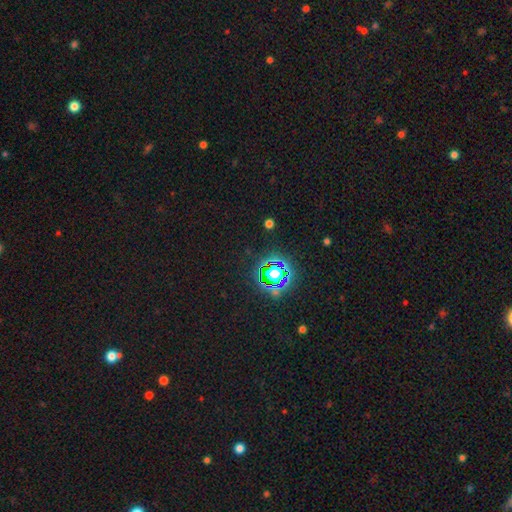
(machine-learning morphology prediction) type=star or artifact (80%).